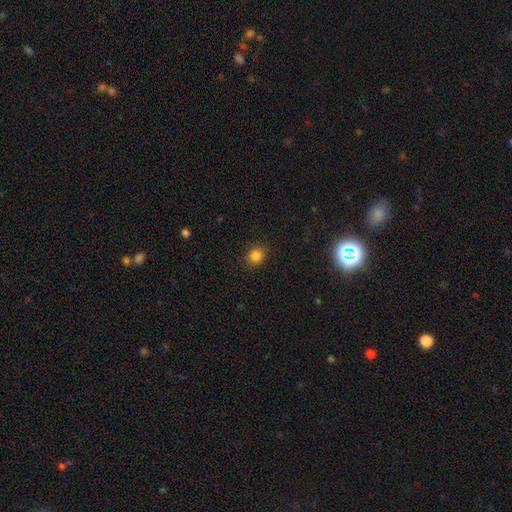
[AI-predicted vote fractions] A smooth galaxy with no disk features (83%) that is round (83%).

Vote fractions:
- Smooth or featured? smooth: 83% / star or artifact: 12% / featured or disk: 4%
- How rounded? round: 83% / in between: 16% / cigar-shaped: 1%
- Merging? none: 89% / minor disturbance: 8% / major disturbance: 2% / merger: 1%